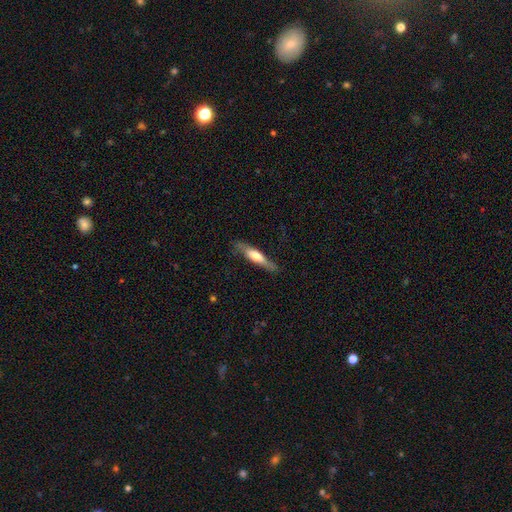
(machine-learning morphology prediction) smooth_or_featured: smooth (p=0.48) [alt: featured or disk p=0.46]
merging: none (p=0.74) [alt: minor disturbance p=0.19]